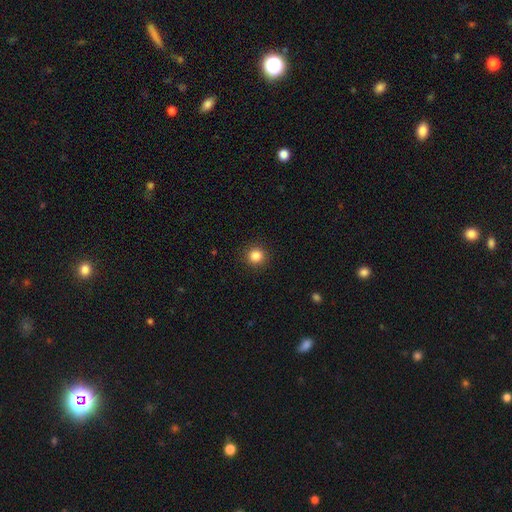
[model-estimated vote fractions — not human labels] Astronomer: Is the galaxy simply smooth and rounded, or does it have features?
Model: smooth — 85%.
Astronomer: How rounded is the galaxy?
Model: round — 93%.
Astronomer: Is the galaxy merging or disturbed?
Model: none — 92%.